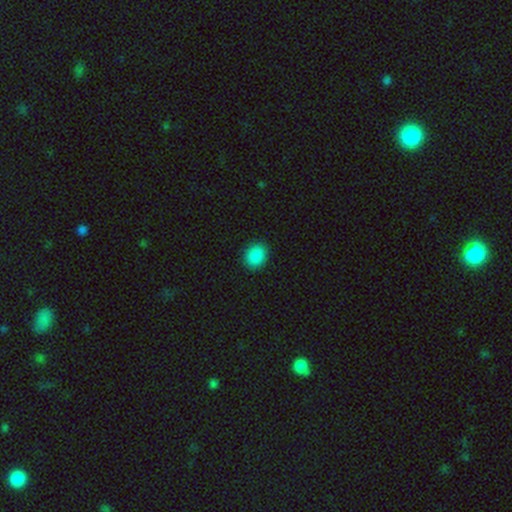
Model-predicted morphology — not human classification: This is clearly a smooth galaxy (89%). How rounded: possibly round (56%). Merging: clearly none (90%).